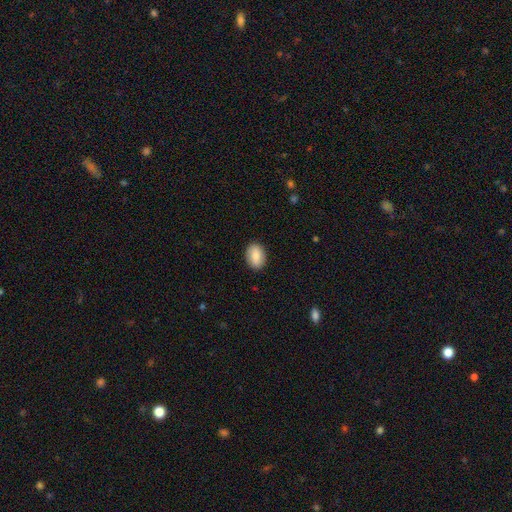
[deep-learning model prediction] Smooth or featured? smooth (84%)
How rounded? in between (81%)
Merging? none (89%)